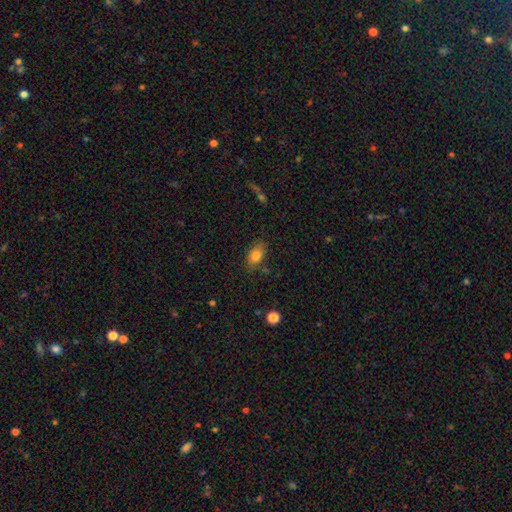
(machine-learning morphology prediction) smooth 82%, star or artifact 9%, featured or disk 9%. Down the decision tree: how rounded — in between (85%); merging — none (74%).